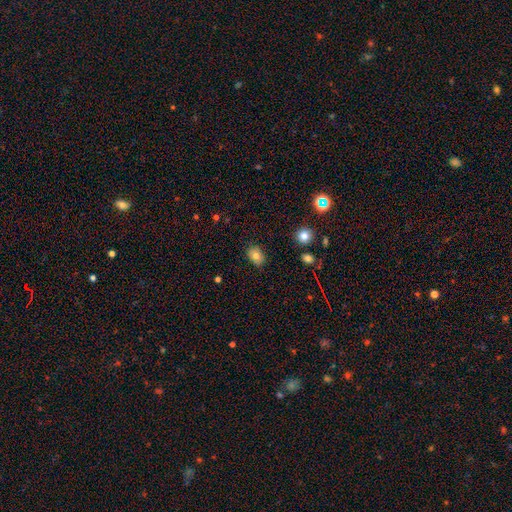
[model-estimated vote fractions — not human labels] This is likely a smooth galaxy (78%). How rounded: likely in between (69%). Merging: clearly none (85%).